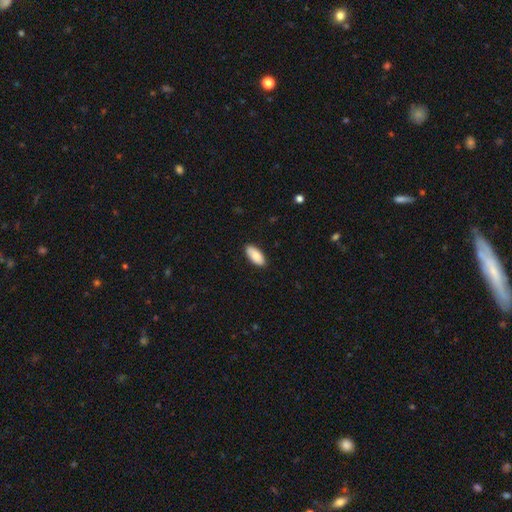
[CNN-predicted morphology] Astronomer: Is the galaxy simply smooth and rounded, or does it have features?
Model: smooth — 83%.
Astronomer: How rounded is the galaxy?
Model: in between — 91%.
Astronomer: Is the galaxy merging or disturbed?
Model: none — 89%.